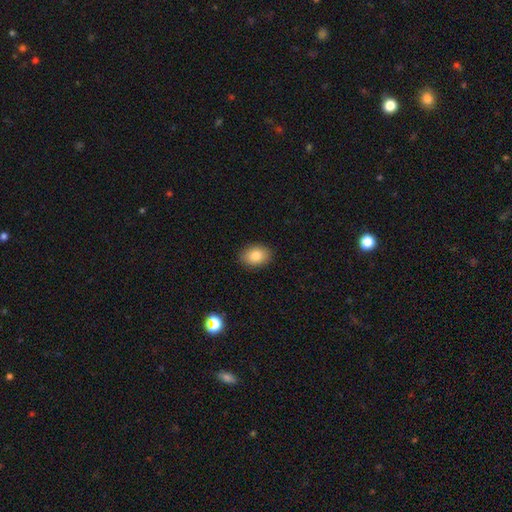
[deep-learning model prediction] Q: Smooth or featured?
A: smooth (85%); runner-up: star or artifact (8%)
Q: How rounded?
A: in between (79%); runner-up: round (20%)
Q: Merging?
A: none (89%); runner-up: minor disturbance (8%)